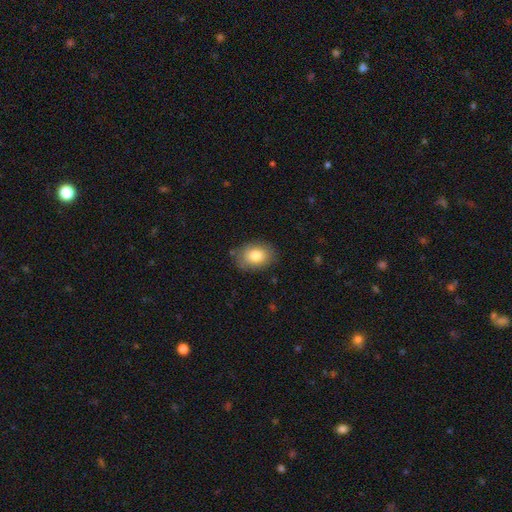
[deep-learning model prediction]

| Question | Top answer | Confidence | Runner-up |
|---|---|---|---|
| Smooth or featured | smooth | 80% | featured or disk (12%) |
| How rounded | in between | 70% | round (29%) |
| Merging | none | 81% | minor disturbance (15%) |